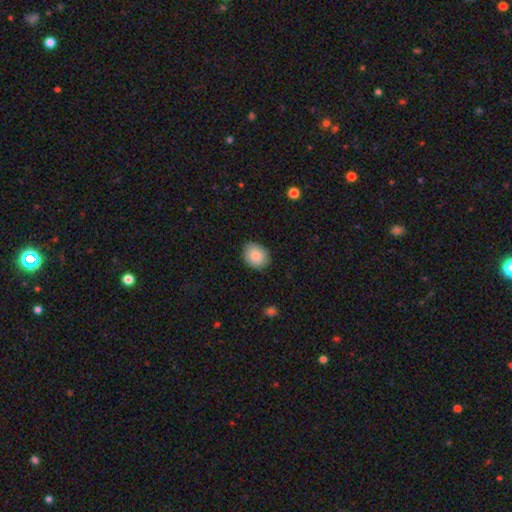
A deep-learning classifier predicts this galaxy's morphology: Overall: smooth (87%). How rounded: in between (50%; round 49%). Merging: none (85%).